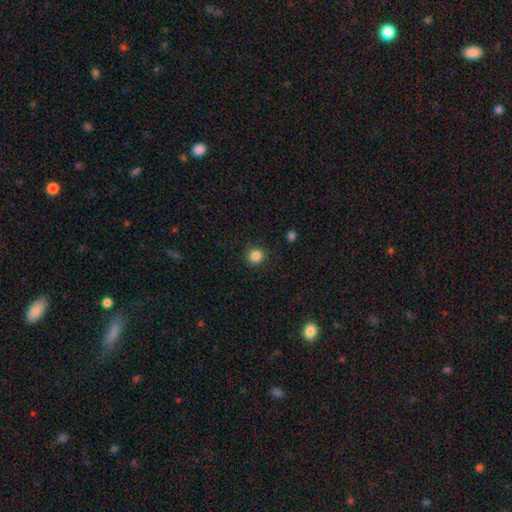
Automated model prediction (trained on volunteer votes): This appears to be a smooth galaxy with no disk features (84%) that is round (89%). Merging: none (90%).